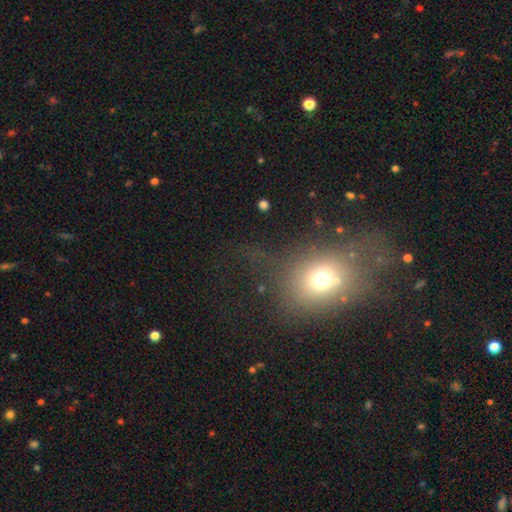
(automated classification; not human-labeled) smooth_or_featured: smooth (p=0.56) [alt: star or artifact p=0.27]
how_rounded: round (p=0.52) [alt: in between p=0.46]
merging: none (p=0.47) [alt: major disturbance p=0.26]